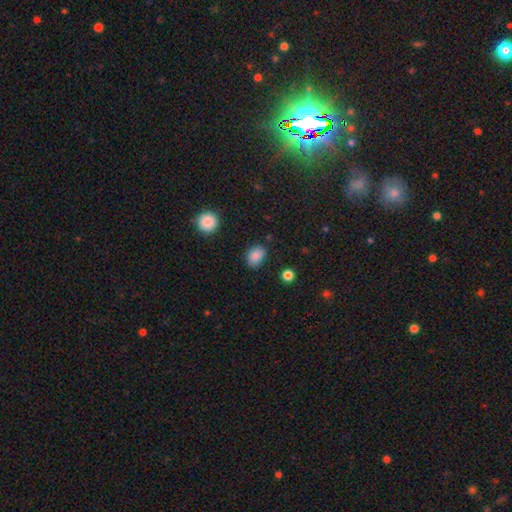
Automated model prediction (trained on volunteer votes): Overall: smooth (87%). How rounded: in between (73%). Merging: none (82%).